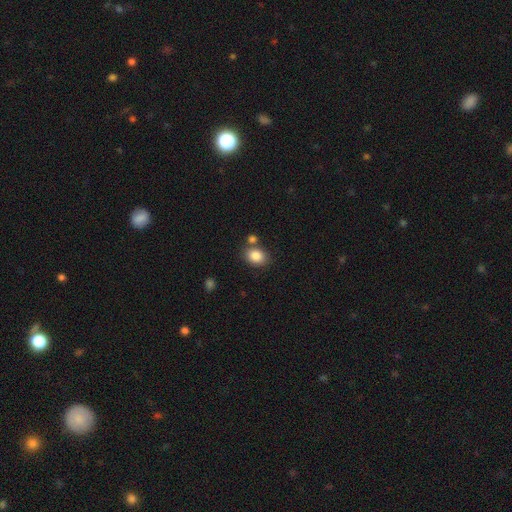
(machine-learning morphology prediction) This is clearly a smooth galaxy (85%). How rounded: likely in between (66%). Merging: likely none (69%).